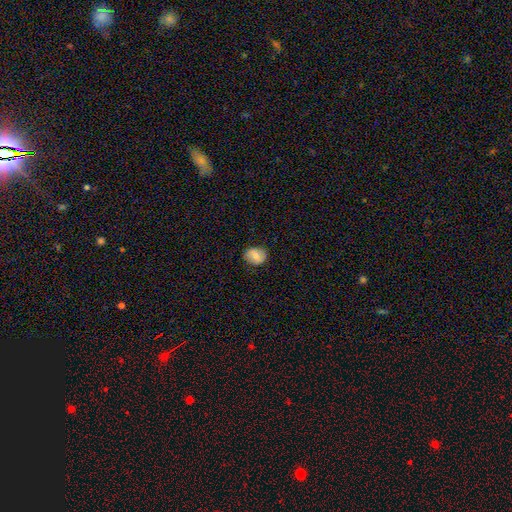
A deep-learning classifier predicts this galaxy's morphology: A smooth galaxy with no disk features (68%) that is round (56%).

Vote fractions:
- Smooth or featured? smooth: 68% / featured or disk: 23% / star or artifact: 8%
- How rounded? round: 56% / in between: 43% / cigar-shaped: 1%
- Merging? none: 83% / minor disturbance: 13% / major disturbance: 3% / merger: 1%